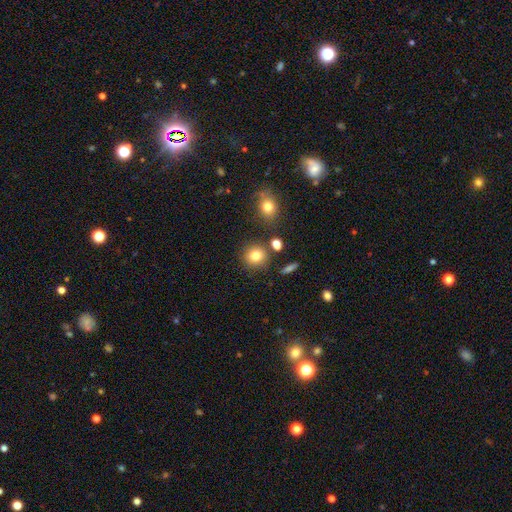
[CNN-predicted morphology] The model was most divided on "smooth or featured": smooth: 80%, star or artifact: 12%, featured or disk: 8%. More confident: how rounded — round (88%); merging — none (80%).